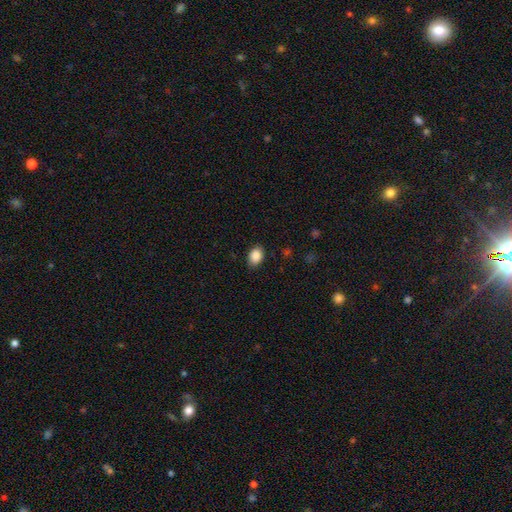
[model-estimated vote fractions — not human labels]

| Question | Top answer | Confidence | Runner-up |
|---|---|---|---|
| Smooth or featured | smooth | 88% | star or artifact (8%) |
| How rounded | in between | 79% | round (20%) |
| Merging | none | 87% | minor disturbance (10%) |